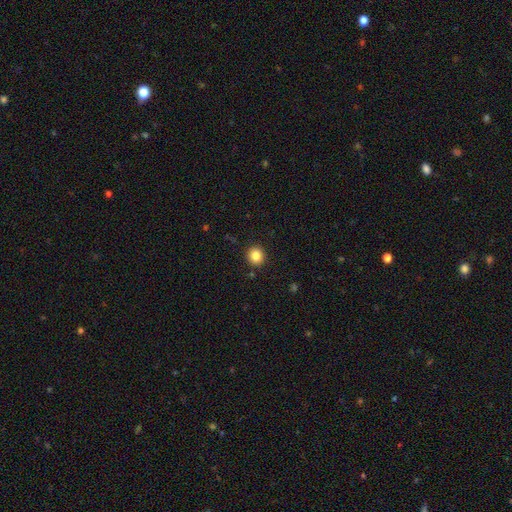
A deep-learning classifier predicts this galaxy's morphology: Smooth or featured? smooth (84%)
How rounded? round (88%)
Merging? none (91%)